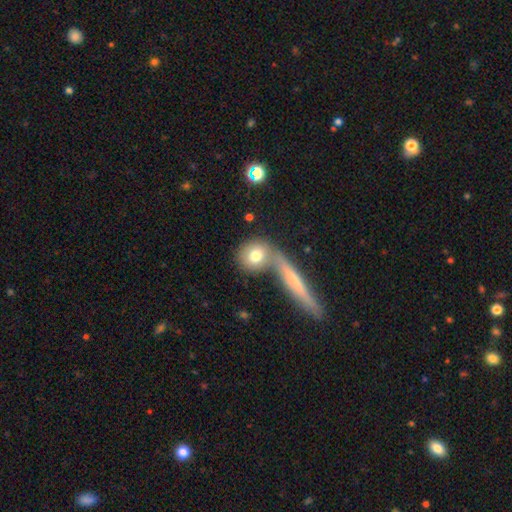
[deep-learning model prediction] smooth-or-featured: smooth: 74% | featured or disk: 18% | star or artifact: 8%
  how-rounded: round: 68% | in between: 23% | cigar-shaped: 9%
  merging: none: 52% | merger: 31% | minor disturbance: 11% | major disturbance: 6%